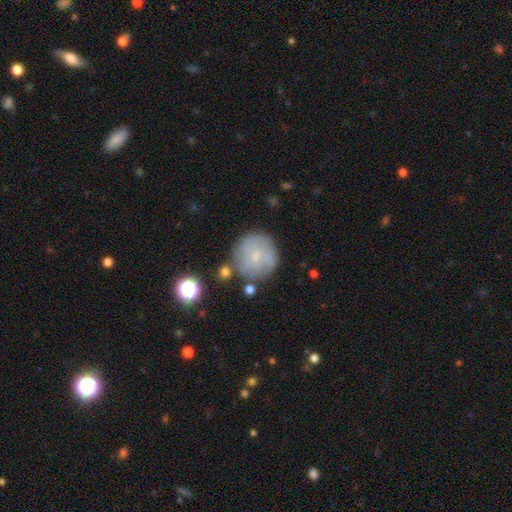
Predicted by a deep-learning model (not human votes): A smooth galaxy with no disk features (59%) that is round (94%).

Vote fractions:
- Smooth or featured? smooth: 59% / featured or disk: 31% / star or artifact: 10%
- How rounded? round: 94% / in between: 5% / cigar-shaped: 1%
- Merging? none: 70% / minor disturbance: 17% / merger: 7% / major disturbance: 6%